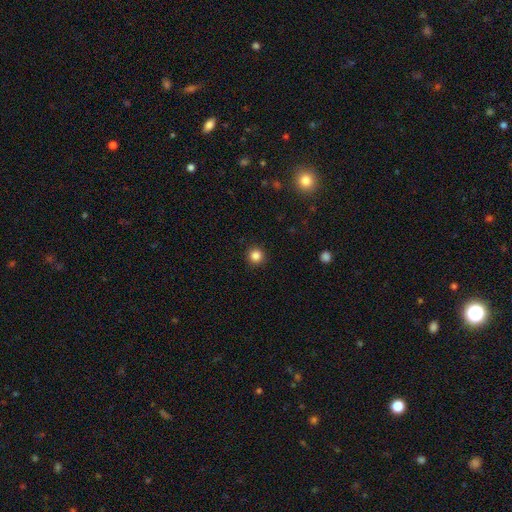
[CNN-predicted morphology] smooth_or_featured: smooth (p=0.85) [alt: star or artifact p=0.11]
how_rounded: round (p=0.96) [alt: in between p=0.04]
merging: none (p=0.93) [alt: minor disturbance p=0.05]